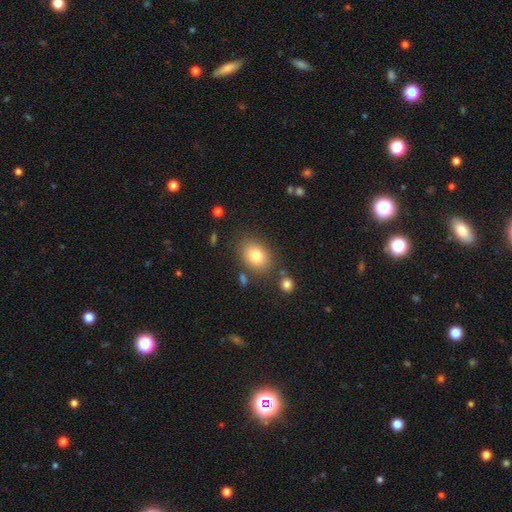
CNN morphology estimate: Smooth or featured? Predicted: smooth (p=0.80). How rounded? Predicted: in between (p=0.69). Merging? Predicted: none (p=0.80).